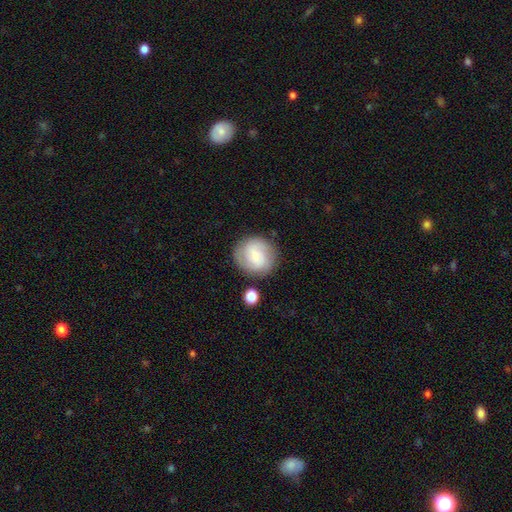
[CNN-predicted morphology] Smooth or featured?
  - smooth: 56% *
  - featured or disk: 37%
  - star or artifact: 8%
How rounded?
  - round: 86% *
  - in between: 13%
  - cigar-shaped: 1%
Merging?
  - none: 77% *
  - minor disturbance: 14%
  - major disturbance: 5%
  - merger: 5%